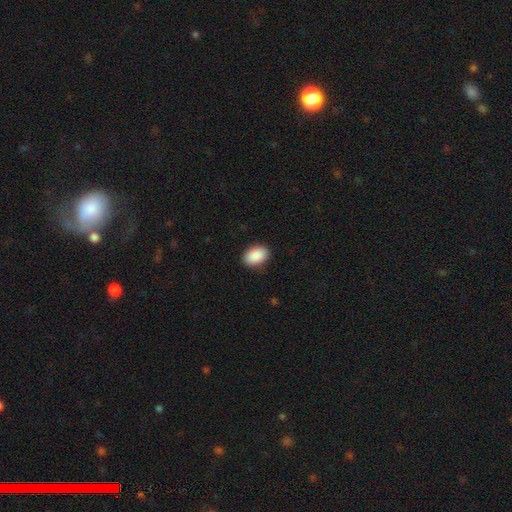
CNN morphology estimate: smooth 91%, star or artifact 6%, featured or disk 3%. Down the decision tree: how rounded — in between (88%); merging — none (89%).